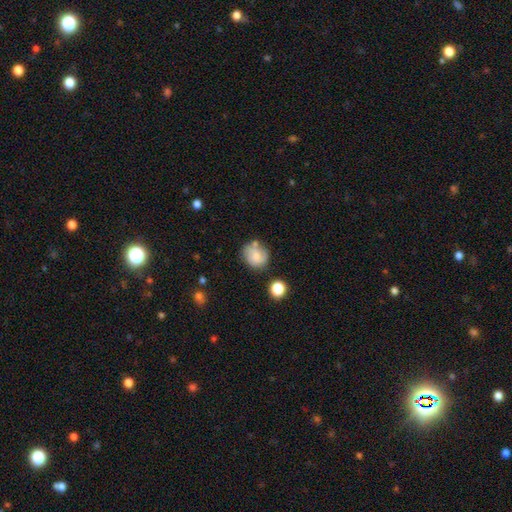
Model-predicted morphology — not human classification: Smooth or featured? smooth (65%)
How rounded? round (77%)
Merging? none (61%)